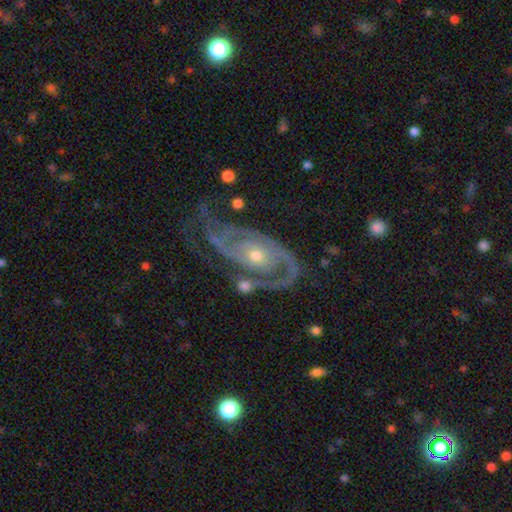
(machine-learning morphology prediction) Smooth or featured: featured or disk — 91% (star or artifact — 5%)
Edge-on disk: no — 96% (yes — 4%)
Bar: no — 71% (weak — 20%)
Spiral arms: yes — 97% (no — 3%)
Spiral winding: tight — 52% (medium — 39%)
Spiral arm count: 2 — 73% (3 — 10%)
Bulge size: small — 52% (moderate — 45%)
Merging: none — 61% (minor disturbance — 20%)